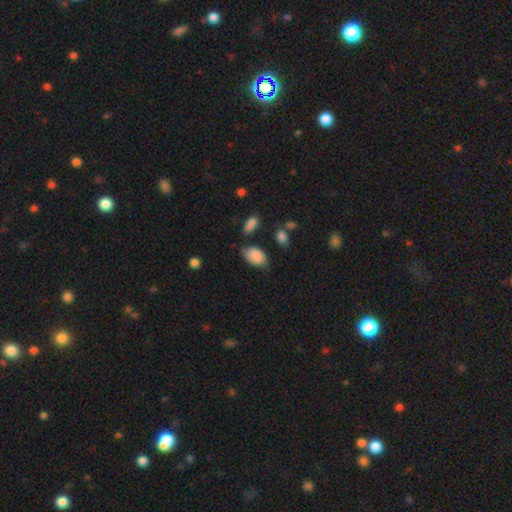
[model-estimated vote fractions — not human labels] A smooth galaxy with no disk features (86%) that is in between round and cigar-shaped (90%). Merging: none (61%).